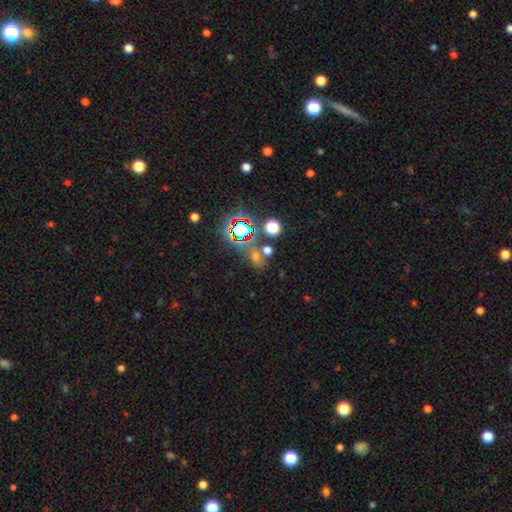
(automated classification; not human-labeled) A star or artifact, not a galaxy (50%).